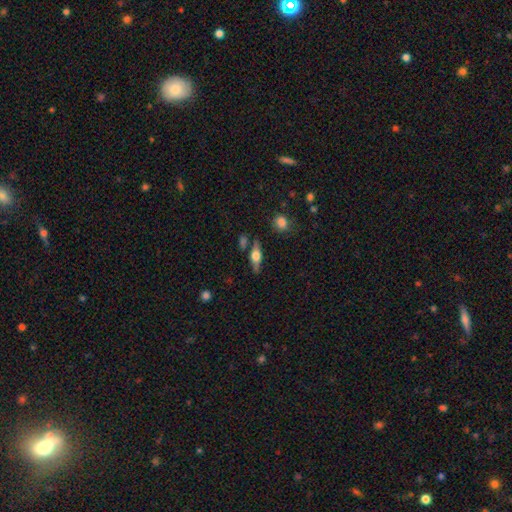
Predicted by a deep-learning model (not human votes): smooth-or-featured: featured or disk: 58% | smooth: 34% | star or artifact: 8%
  disk-edge-on: yes: 93% | no: 7%
    edge-on-bulge: rounded: 91% | boxy: 8% | none: 2%
  merging: none: 79% | minor disturbance: 12% | merger: 5% | major disturbance: 4%